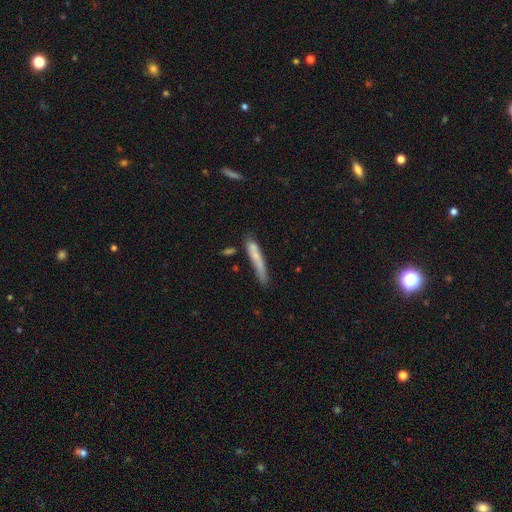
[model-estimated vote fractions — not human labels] A smooth galaxy with no disk features (64%) that is cigar-shaped (94%). Merging: none (60%).